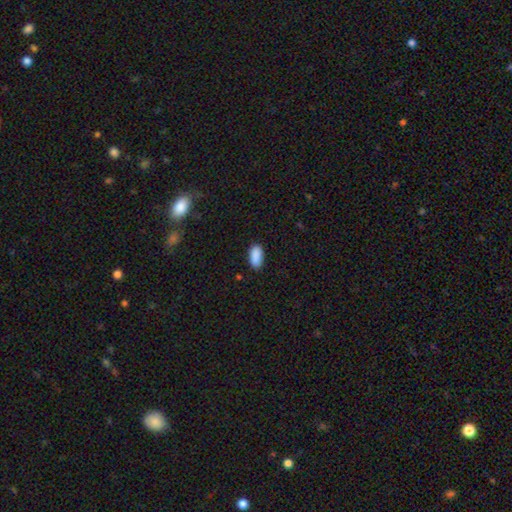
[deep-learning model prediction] smooth 90%, star or artifact 7%, featured or disk 3%. Down the decision tree: how rounded — in between (92%); merging — none (86%).